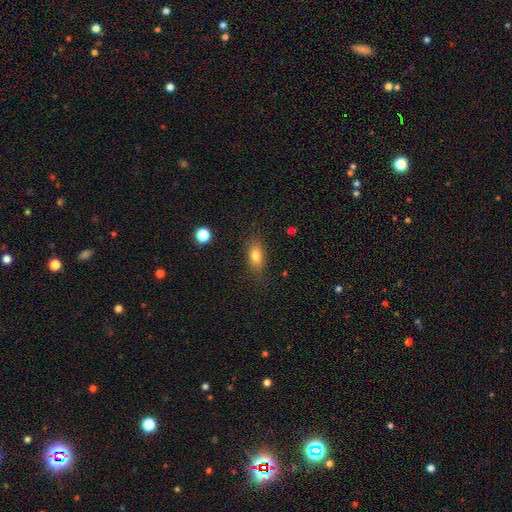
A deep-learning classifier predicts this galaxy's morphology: Q: Smooth or featured?
A: smooth (77%); runner-up: featured or disk (13%)
Q: How rounded?
A: in between (80%); runner-up: cigar-shaped (11%)
Q: Merging?
A: none (81%); runner-up: minor disturbance (13%)